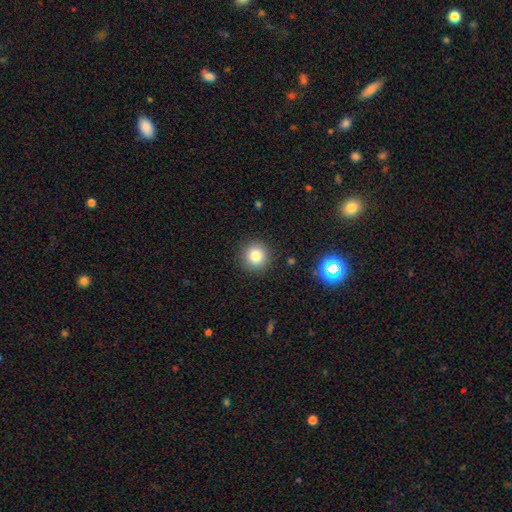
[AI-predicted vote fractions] A smooth galaxy with no disk features (81%) that is round (94%). Merging: none (90%).